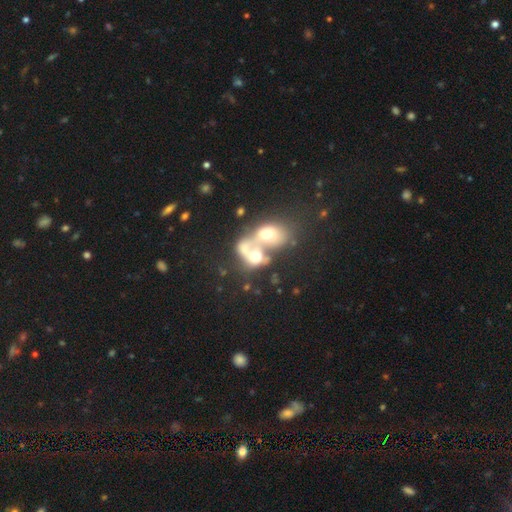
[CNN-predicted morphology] type=smooth (45%); merging=merger (79%).